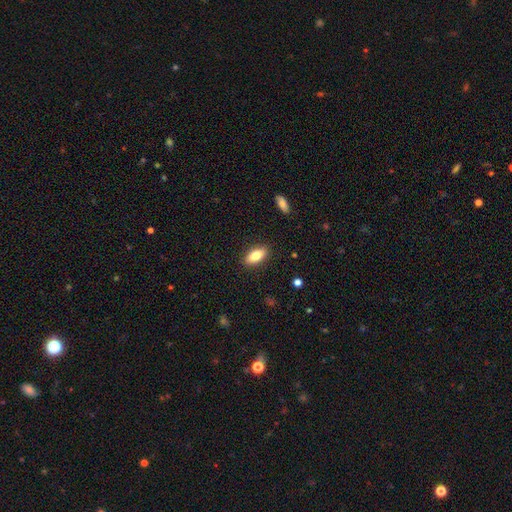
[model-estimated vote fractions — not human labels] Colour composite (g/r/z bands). It shows a smooth galaxy with no disk features (79%) that is in between round and cigar-shaped (84%). Merging: none (88%).